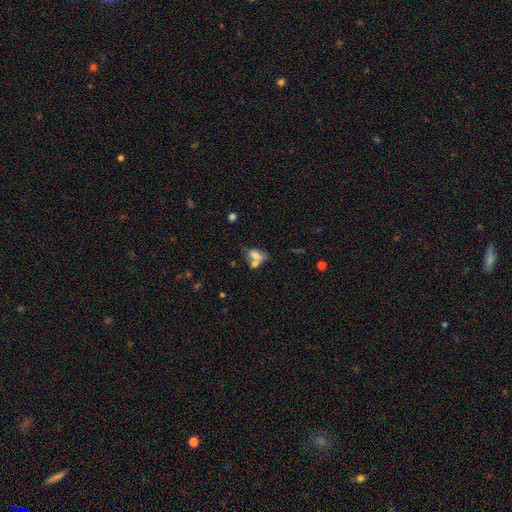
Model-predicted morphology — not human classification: Smooth or featured: smooth — 65% (featured or disk — 24%)
How rounded: in between — 81% (round — 14%)
Merging: merger — 51% (none — 30%)